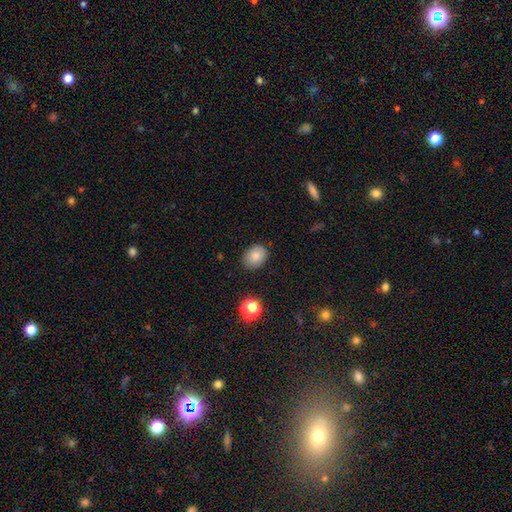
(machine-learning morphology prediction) Smooth or featured?
  - smooth: 82% *
  - star or artifact: 10%
  - featured or disk: 8%
How rounded?
  - in between: 62% *
  - round: 37%
  - cigar-shaped: 1%
Merging?
  - none: 84% *
  - minor disturbance: 12%
  - major disturbance: 3%
  - merger: 1%